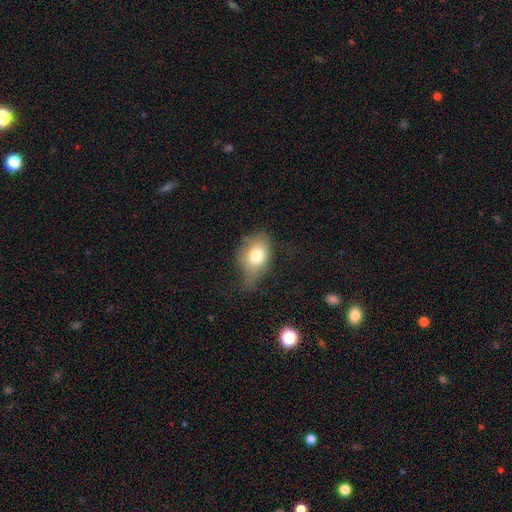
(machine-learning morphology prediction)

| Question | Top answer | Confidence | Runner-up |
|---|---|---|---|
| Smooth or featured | smooth | 74% | featured or disk (17%) |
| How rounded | in between | 72% | round (26%) |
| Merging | minor disturbance | 39% | none (37%) |